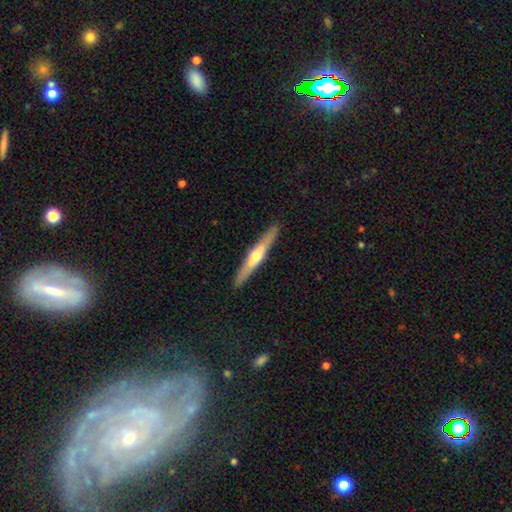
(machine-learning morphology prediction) A featured or disk galaxy (64%) viewed edge-on (96%) with a rounded central bulge (90%).

Vote fractions:
- Smooth or featured? featured or disk: 64% / smooth: 31% / star or artifact: 5%
- Edge-on disk? yes: 96% / no: 4%
- Edge-on bulge? rounded: 90% / none: 7% / boxy: 3%
- Merging? none: 91% / minor disturbance: 7% / major disturbance: 1% / merger: 1%